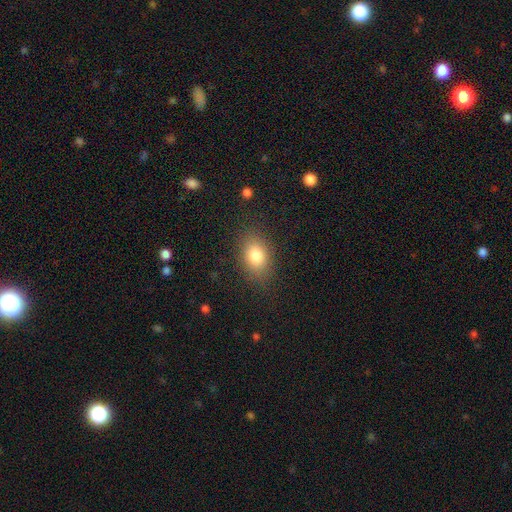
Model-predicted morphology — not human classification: The model was most divided on "how rounded": in between: 79%, round: 20%, cigar-shaped: 2%. More confident: merging — none (83%); smooth or featured — smooth (81%).